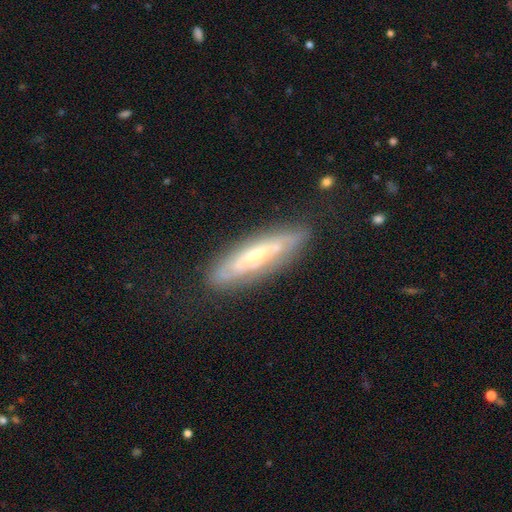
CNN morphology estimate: A featured or disk galaxy (65%) viewed edge-on (54%).

Vote fractions:
- Smooth or featured? featured or disk: 65% / smooth: 28% / star or artifact: 7%
- Edge-on disk? yes: 54% / no: 46%
- Merging? none: 77% / minor disturbance: 17% / major disturbance: 5% / merger: 2%